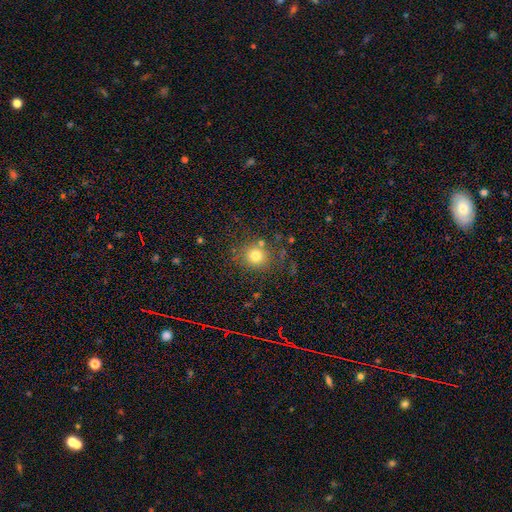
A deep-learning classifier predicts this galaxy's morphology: Q: Smooth or featured?
A: smooth (78%); runner-up: star or artifact (14%)
Q: How rounded?
A: round (86%); runner-up: in between (13%)
Q: Merging?
A: none (79%); runner-up: minor disturbance (11%)